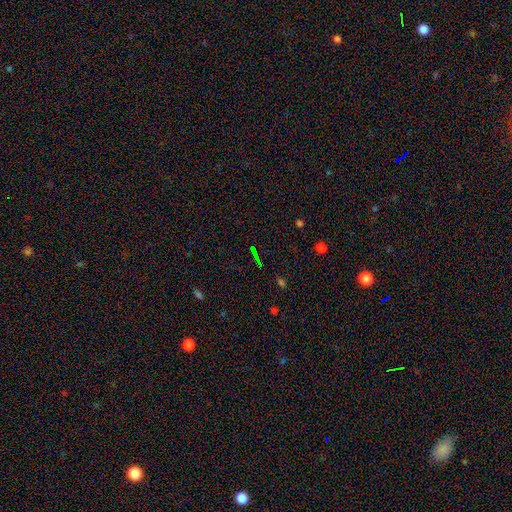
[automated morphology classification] The model was most divided on "smooth or featured": star or artifact: 69%, smooth: 17%, featured or disk: 14%.